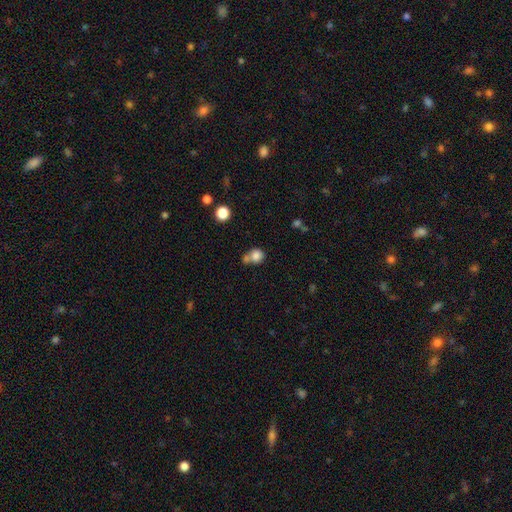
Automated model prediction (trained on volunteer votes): Morphology: type=smooth (82%); roundness=round (78%); merging=none (45%).